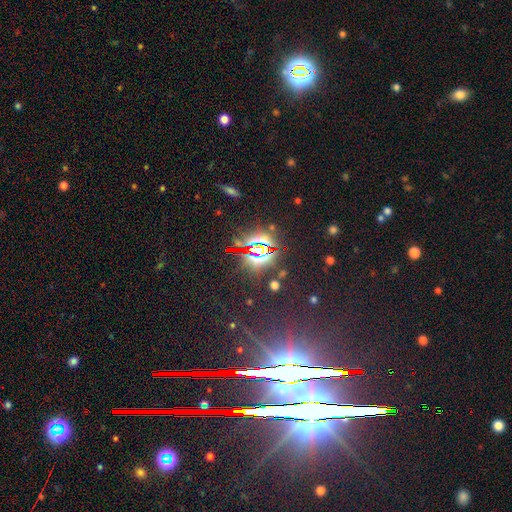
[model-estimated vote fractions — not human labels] Q: Smooth or featured?
A: star or artifact (76%); runner-up: smooth (15%)